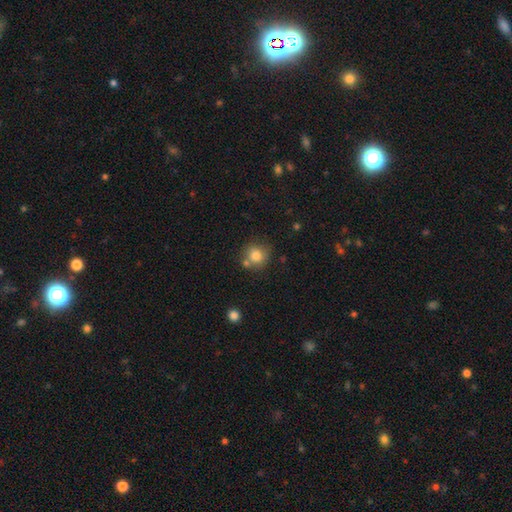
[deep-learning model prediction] smooth-or-featured: smooth: 81% | star or artifact: 11% | featured or disk: 9%
  how-rounded: round: 89% | in between: 10% | cigar-shaped: 1%
  merging: none: 65% | merger: 18% | minor disturbance: 13% | major disturbance: 4%